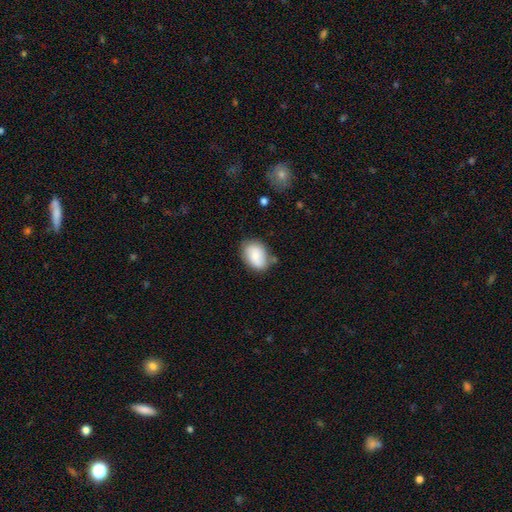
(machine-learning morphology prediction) Q: Smooth or featured?
A: smooth (76%); runner-up: featured or disk (16%)
Q: How rounded?
A: in between (82%); runner-up: round (17%)
Q: Merging?
A: none (68%); runner-up: minor disturbance (22%)